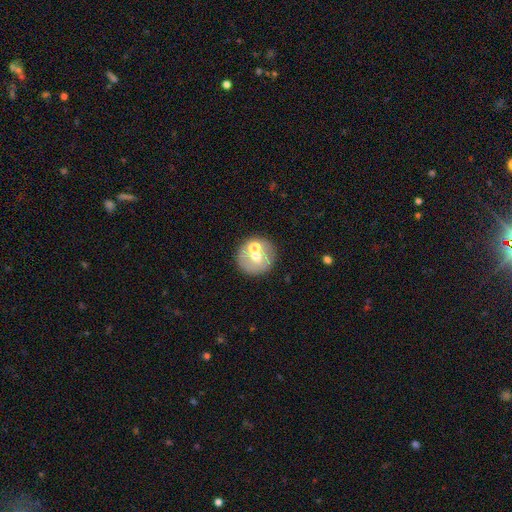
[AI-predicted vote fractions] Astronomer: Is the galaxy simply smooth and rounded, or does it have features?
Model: smooth — 52% (runner-up: featured or disk, 38%).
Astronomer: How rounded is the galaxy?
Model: round — 90%.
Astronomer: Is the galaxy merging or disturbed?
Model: none — 61%.